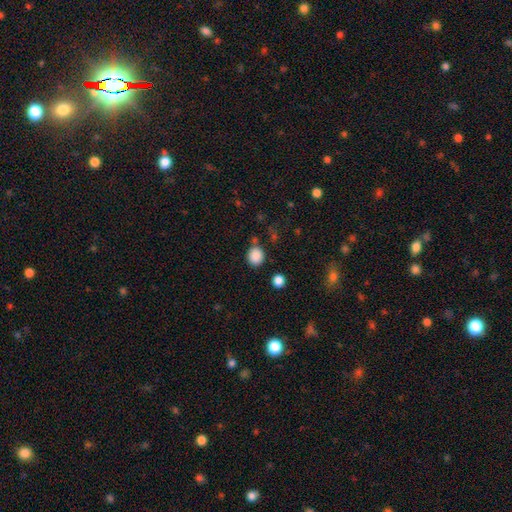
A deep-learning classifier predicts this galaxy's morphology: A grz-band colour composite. It shows a smooth galaxy with no disk features (87%) that is round (77%). Merging: none (79%).